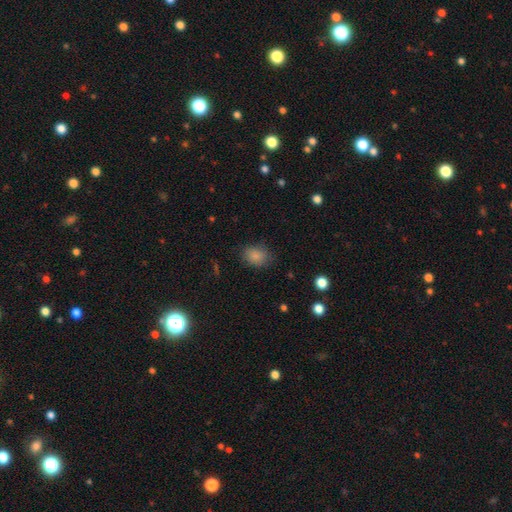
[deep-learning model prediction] Smooth or featured?
  - smooth: 85% *
  - star or artifact: 10%
  - featured or disk: 6%
How rounded?
  - in between: 66% *
  - round: 33%
  - cigar-shaped: 1%
Merging?
  - none: 78% *
  - minor disturbance: 16%
  - major disturbance: 5%
  - merger: 1%